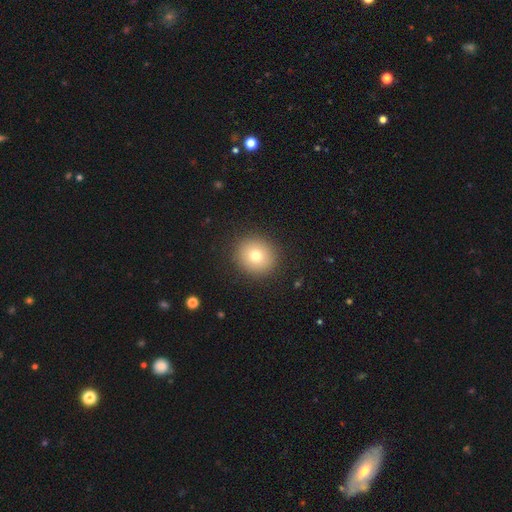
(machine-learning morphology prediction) type=smooth (76%); roundness=round (89%); merging=none (91%).